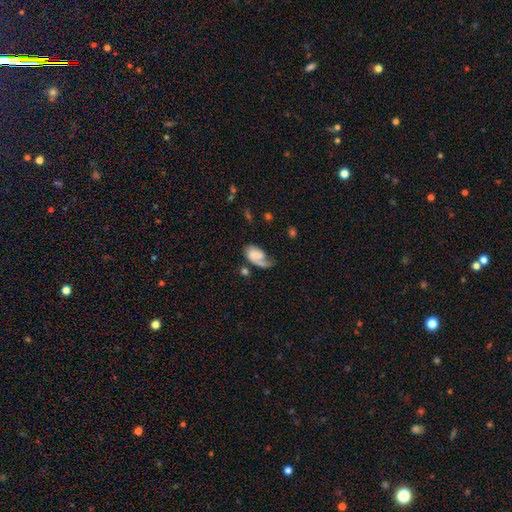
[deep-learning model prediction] Smooth or featured: featured or disk — 51% (smooth — 41%)
Edge-on disk: no — 97% (yes — 3%)
Merging: major disturbance — 35% (none — 34%)